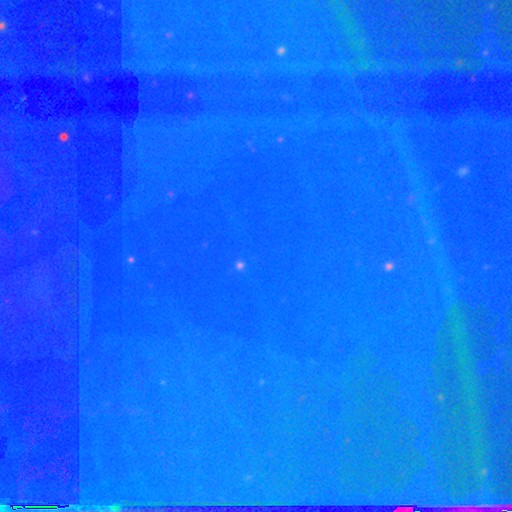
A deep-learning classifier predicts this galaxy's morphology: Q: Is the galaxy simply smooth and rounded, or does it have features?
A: star or artifact — 84%.